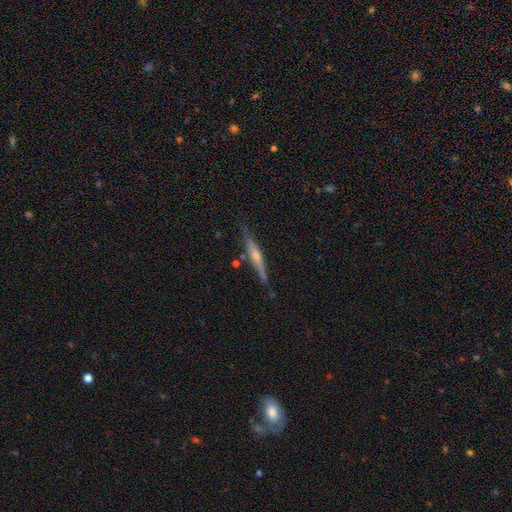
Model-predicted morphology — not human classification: Q: Smooth or featured?
A: featured or disk (74%); runner-up: smooth (20%)
Q: Edge-on disk?
A: yes (97%); runner-up: no (3%)
Q: Edge-on bulge?
A: rounded (75%); runner-up: none (13%)
Q: Merging?
A: none (81%); runner-up: minor disturbance (13%)